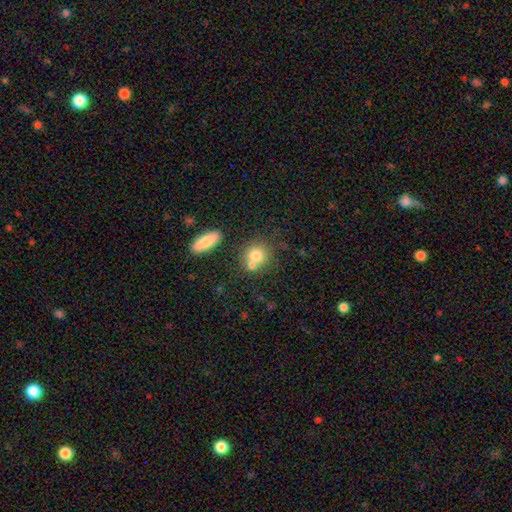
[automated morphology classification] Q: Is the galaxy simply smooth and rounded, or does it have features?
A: smooth — 77%.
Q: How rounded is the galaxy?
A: round — 77%.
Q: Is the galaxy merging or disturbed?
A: none — 49%.